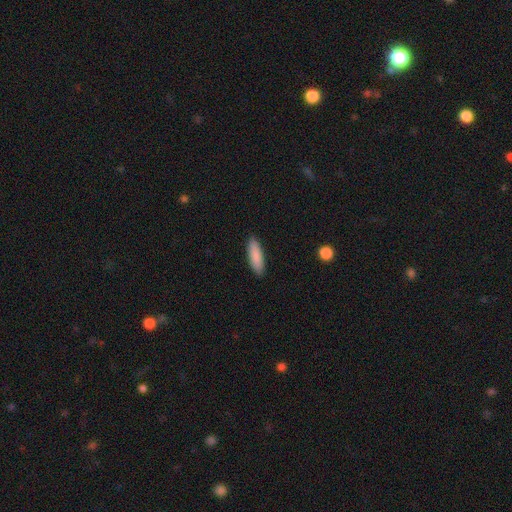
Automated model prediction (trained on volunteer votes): Smooth or featured? Predicted: smooth (p=0.88). How rounded? Predicted: cigar-shaped (p=0.55). Merging? Predicted: none (p=0.90).